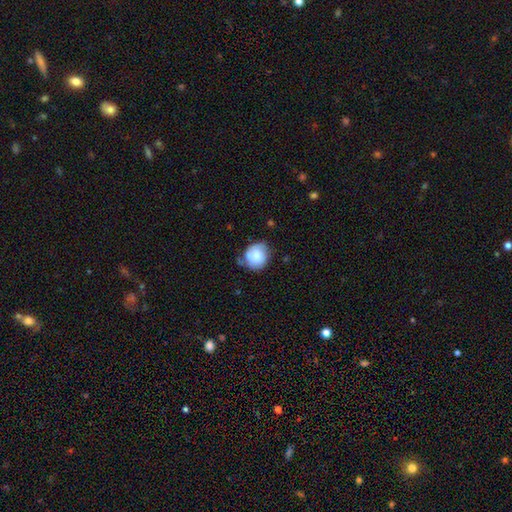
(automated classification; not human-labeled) Overall: smooth (76%). How rounded: round (78%). Merging: none (55%; minor disturbance 31%).